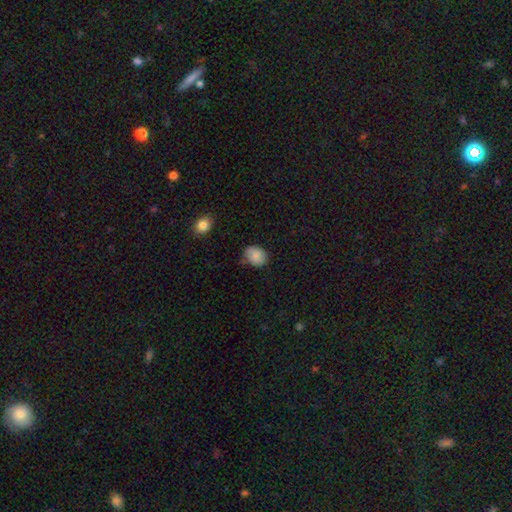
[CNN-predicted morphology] smooth 83%, featured or disk 9%, star or artifact 8%. Down the decision tree: how rounded — round (50%); merging — none (70%).